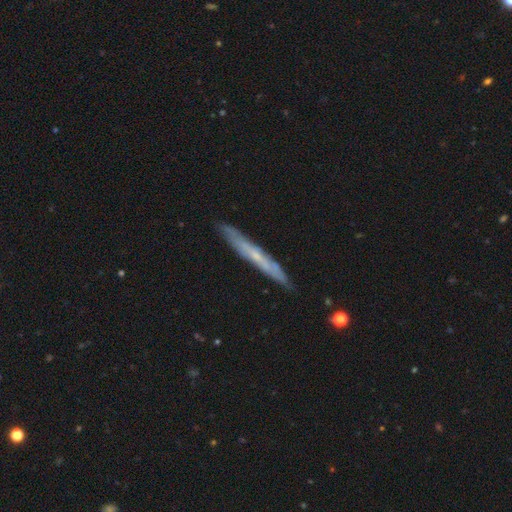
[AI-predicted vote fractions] The model was most divided on "smooth or featured": featured or disk: 60%, smooth: 34%, star or artifact: 6%. More confident: merging — none (87%); edge-on disk — yes (87%); edge-on bulge — none (64%).